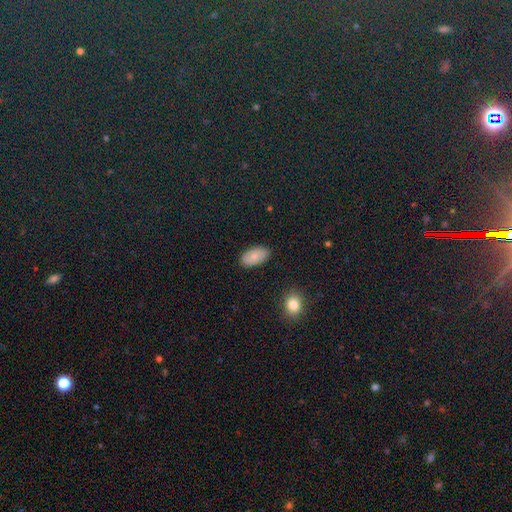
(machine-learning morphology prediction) smooth 81%, featured or disk 12%, star or artifact 8%. Down the decision tree: how rounded — in between (94%); merging — none (87%).